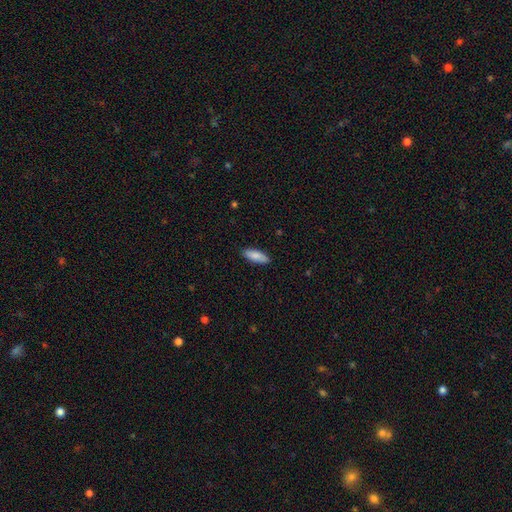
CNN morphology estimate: Overall: smooth (85%). How rounded: in between (70%). Merging: none (88%).